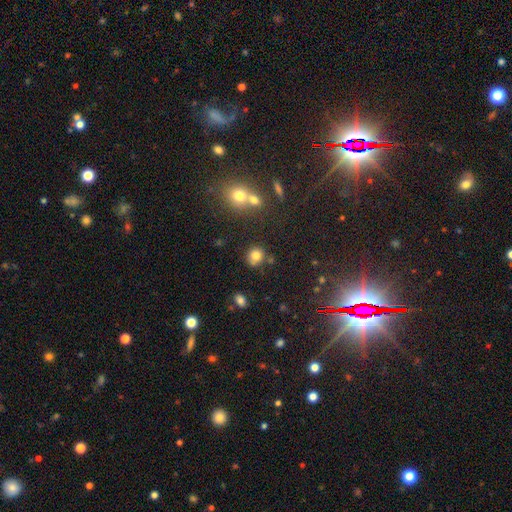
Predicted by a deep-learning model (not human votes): A smooth galaxy with no disk features (79%) that is round (82%). Merging: none (70%).